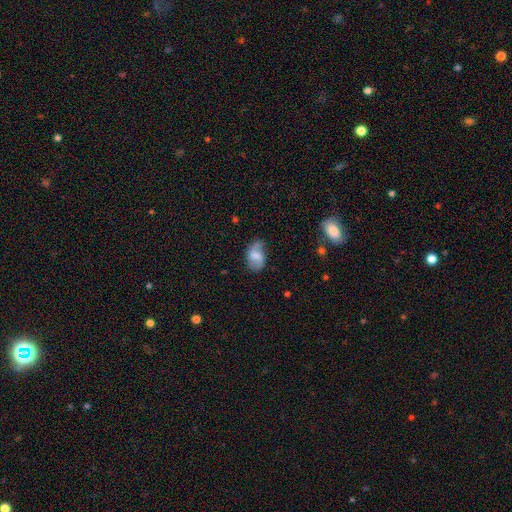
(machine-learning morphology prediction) A smooth galaxy with no disk features (51%) that is in between round and cigar-shaped (87%).

Vote fractions:
- Smooth or featured? smooth: 51% / featured or disk: 40% / star or artifact: 9%
- How rounded? in between: 87% / round: 11% / cigar-shaped: 2%
- Merging? none: 59% / minor disturbance: 29% / major disturbance: 10% / merger: 2%